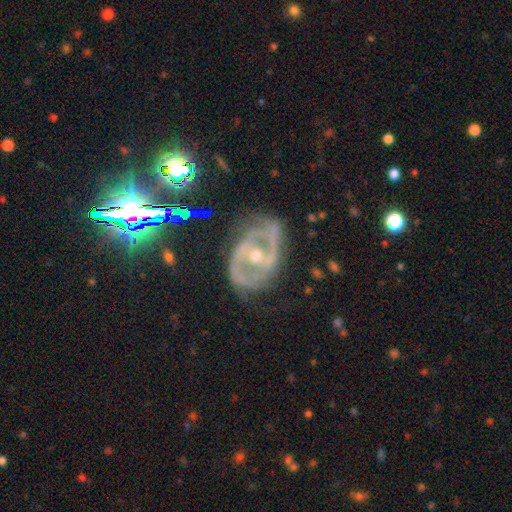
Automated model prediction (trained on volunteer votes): A featured or disk galaxy (86%) with a strong bar (38%), 2 (78%) medium (47%) spiral arms (82%) and a moderate central bulge (57%). Merging: none (67%).